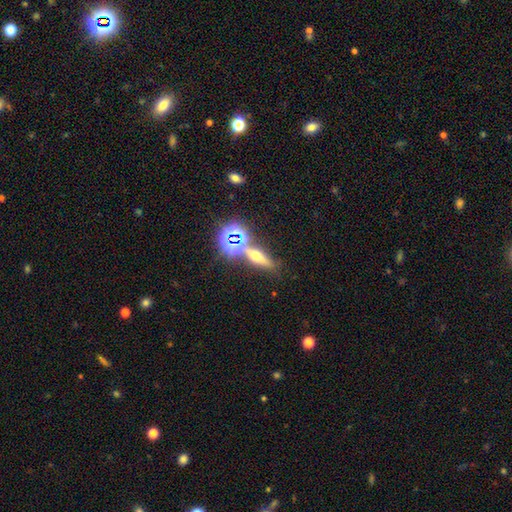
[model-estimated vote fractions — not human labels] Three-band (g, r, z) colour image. It shows a smooth galaxy with no disk features (35%). Merging: none (71%).